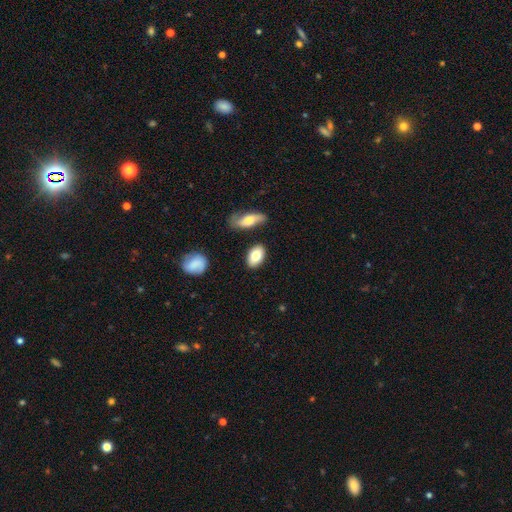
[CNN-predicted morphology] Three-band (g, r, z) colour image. It shows a smooth galaxy with no disk features (78%) that is in between round and cigar-shaped (89%). Merging: none (82%).